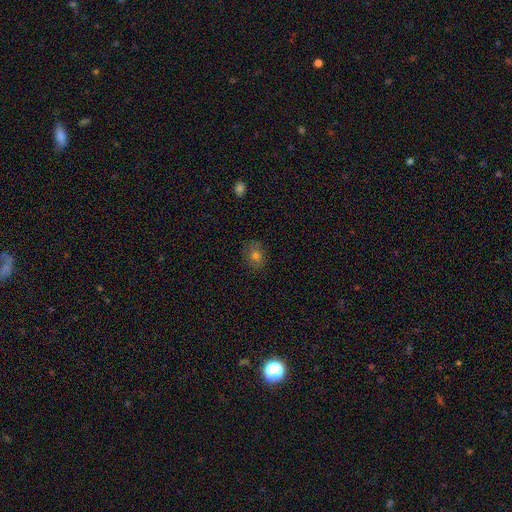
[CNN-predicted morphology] Smooth or featured? Predicted: smooth (p=0.72). How rounded? Predicted: in between (p=0.50). Merging? Predicted: none (p=0.82).